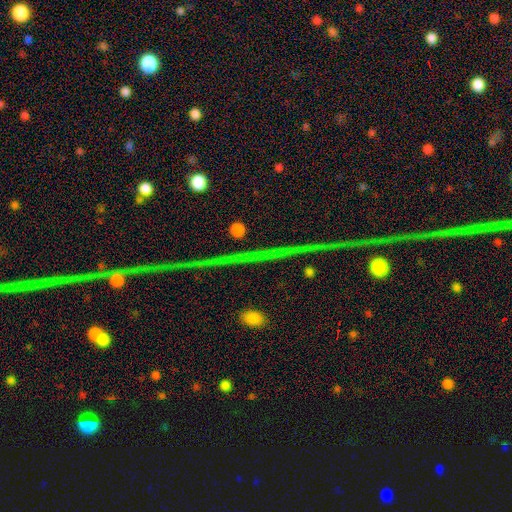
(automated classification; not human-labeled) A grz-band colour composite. It shows a star or artifact, not a galaxy (75%).